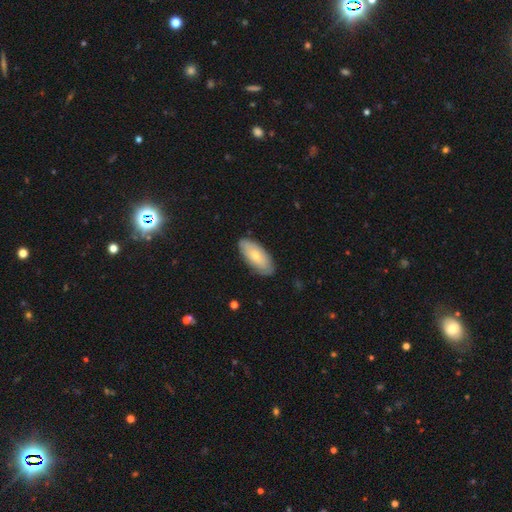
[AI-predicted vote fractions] smooth-or-featured: smooth: 65% | featured or disk: 29% | star or artifact: 5%
  how-rounded: in between: 89% | cigar-shaped: 8% | round: 2%
  merging: none: 83% | minor disturbance: 14% | major disturbance: 3% | merger: 1%